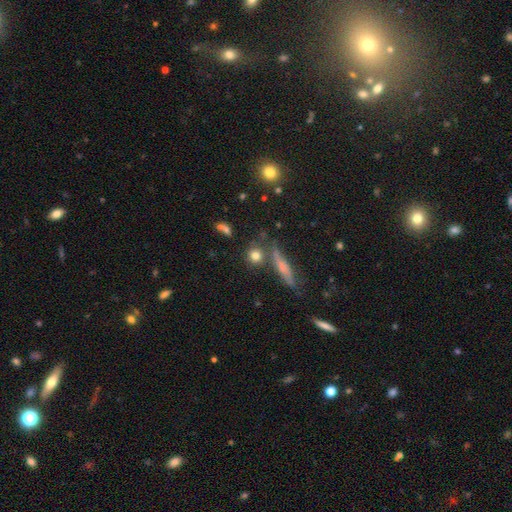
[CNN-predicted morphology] The model was most divided on "merging": none: 72%, merger: 13%, minor disturbance: 11%, major disturbance: 4%. More confident: how rounded — round (77%); smooth or featured — smooth (76%).